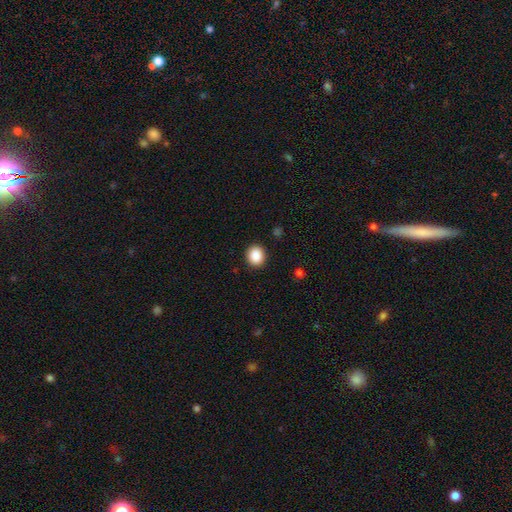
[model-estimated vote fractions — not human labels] Morphology: type=smooth (88%); roundness=round (74%); merging=none (90%).